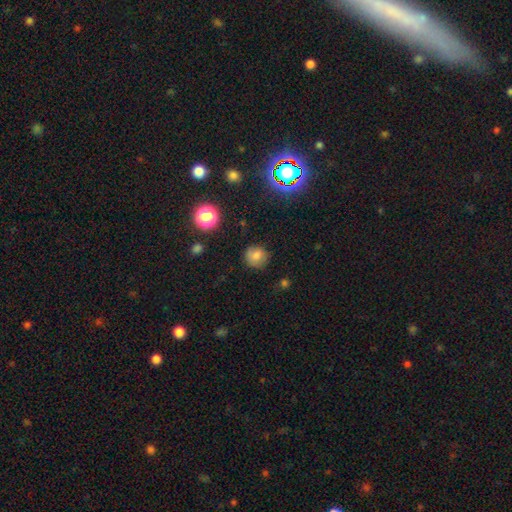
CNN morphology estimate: Q: Smooth or featured?
A: smooth (77%); runner-up: star or artifact (14%)
Q: How rounded?
A: round (87%); runner-up: in between (12%)
Q: Merging?
A: none (80%); runner-up: minor disturbance (14%)